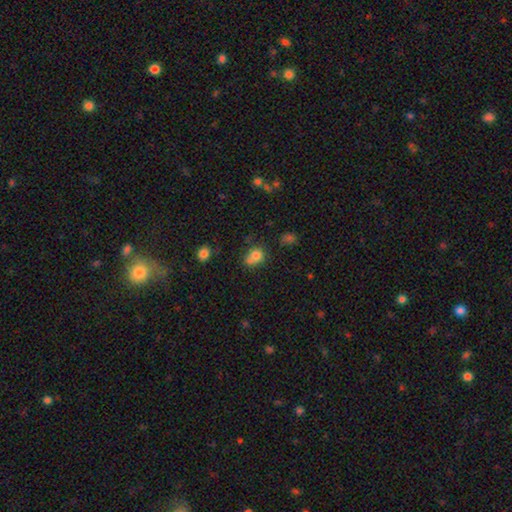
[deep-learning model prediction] smooth-or-featured: smooth: 76% | star or artifact: 12% | featured or disk: 12%
  how-rounded: round: 60% | in between: 39% | cigar-shaped: 1%
  merging: none: 44% | merger: 27% | minor disturbance: 21% | major disturbance: 8%